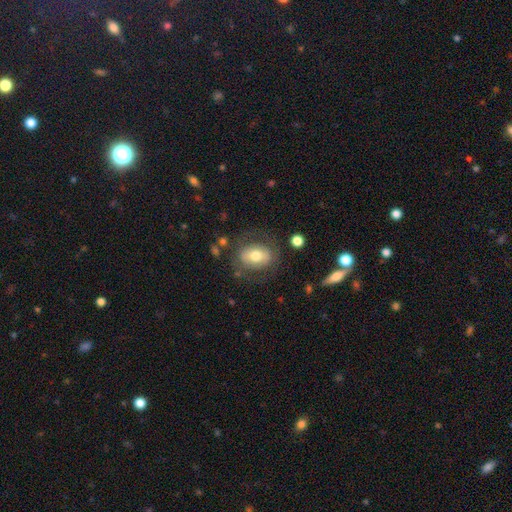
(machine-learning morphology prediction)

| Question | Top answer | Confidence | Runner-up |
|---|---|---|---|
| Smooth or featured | smooth | 58% | featured or disk (34%) |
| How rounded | in between | 65% | round (33%) |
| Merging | none | 72% | minor disturbance (15%) |